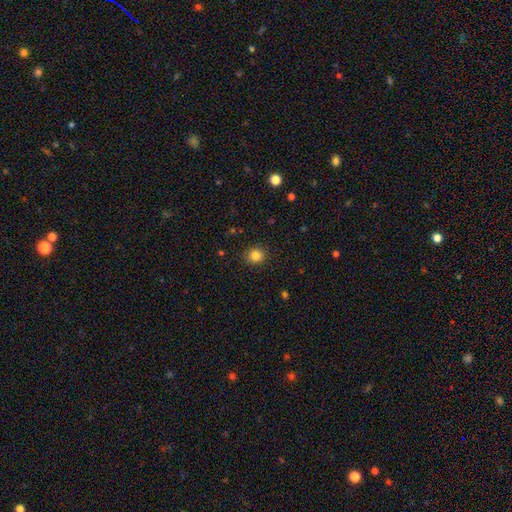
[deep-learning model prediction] Smooth or featured: smooth — 84% (star or artifact — 12%)
How rounded: round — 90% (in between — 9%)
Merging: none — 91% (minor disturbance — 6%)